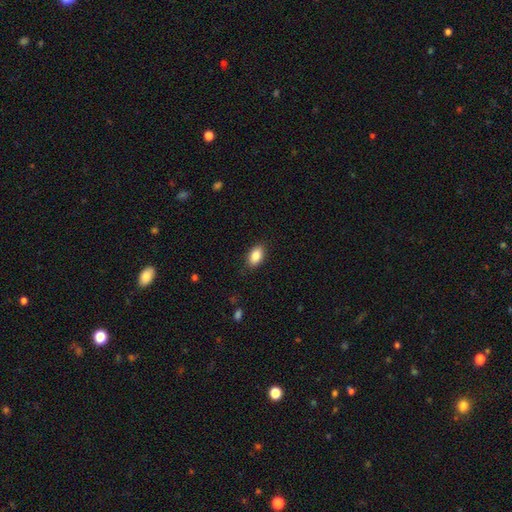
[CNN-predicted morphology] This appears to be a smooth galaxy with no disk features (86%) that is in between round and cigar-shaped (91%). Merging: none (86%).